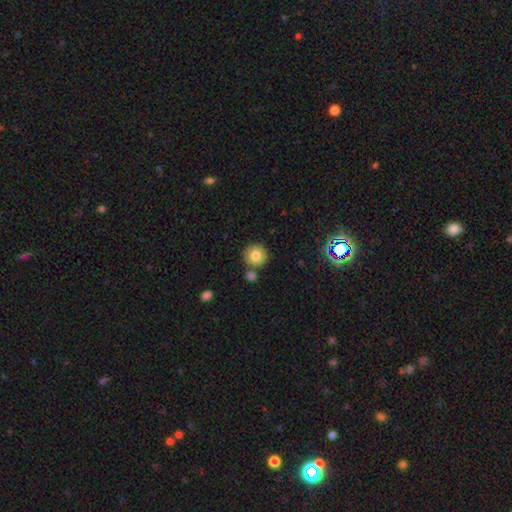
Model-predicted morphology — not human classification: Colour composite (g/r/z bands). It shows a smooth galaxy with no disk features (79%) that is round (92%). Merging: none (74%).